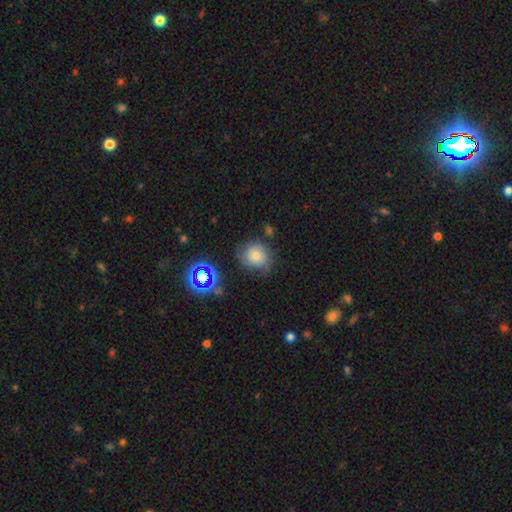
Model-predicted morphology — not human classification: Smooth or featured? smooth (55%)
How rounded? round (72%)
Merging? none (61%)